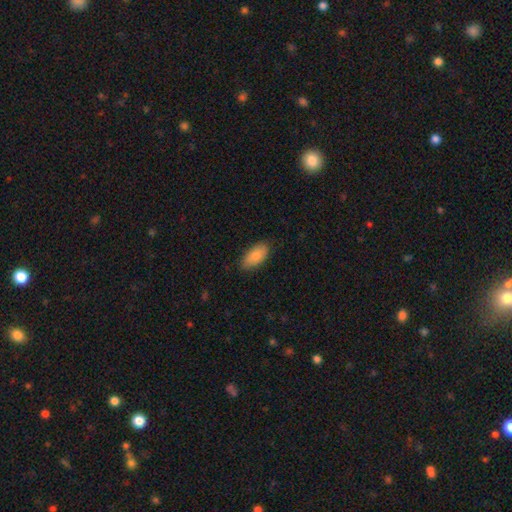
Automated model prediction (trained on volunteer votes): Smooth or featured: smooth — 81% (featured or disk — 13%)
How rounded: in between — 92% (cigar-shaped — 5%)
Merging: none — 82% (minor disturbance — 14%)